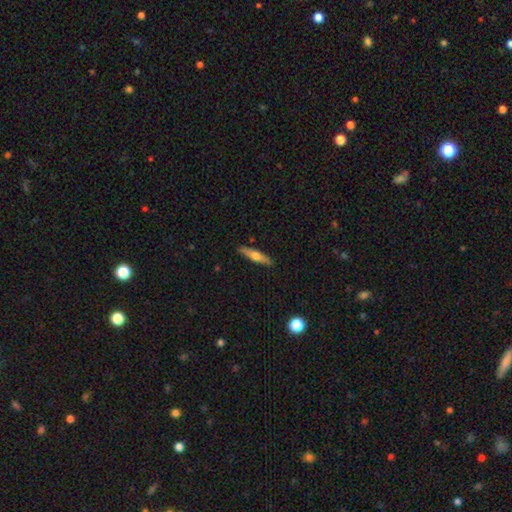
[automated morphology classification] Q: Smooth or featured?
A: smooth (49%); runner-up: featured or disk (45%)
Q: Merging?
A: none (90%); runner-up: minor disturbance (7%)